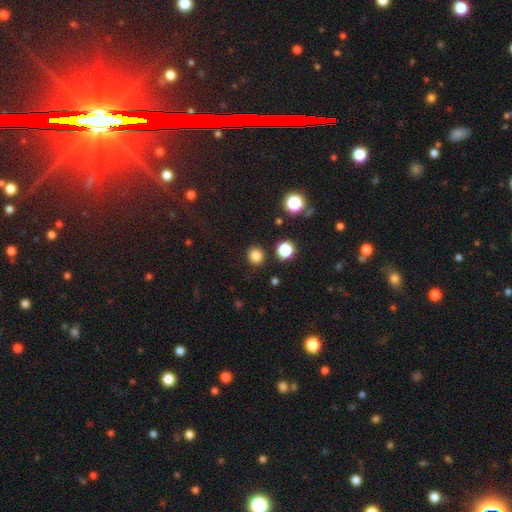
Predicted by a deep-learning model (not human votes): smooth_or_featured: smooth (p=0.82) [alt: star or artifact p=0.14]
how_rounded: round (p=0.88) [alt: in between p=0.11]
merging: none (p=0.89) [alt: minor disturbance p=0.06]